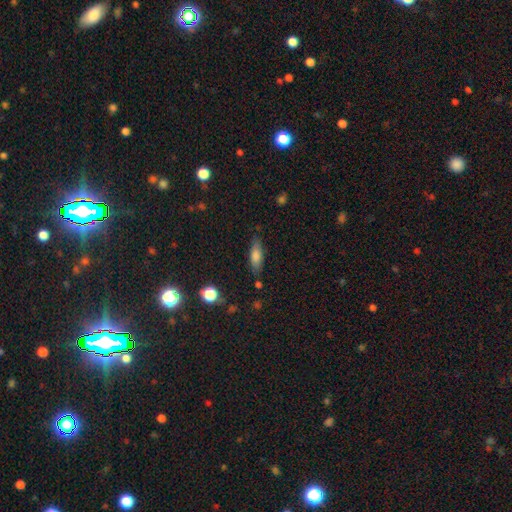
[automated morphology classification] Smooth or featured?
  - smooth: 73% *
  - featured or disk: 17%
  - star or artifact: 9%
How rounded?
  - in between: 54% *
  - cigar-shaped: 43%
  - round: 3%
Merging?
  - none: 80% *
  - minor disturbance: 14%
  - major disturbance: 4%
  - merger: 2%